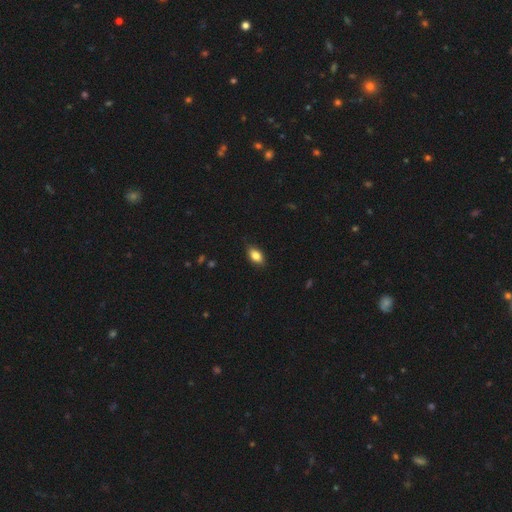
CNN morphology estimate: The model was most divided on "merging": none: 84%, minor disturbance: 13%, major disturbance: 2%, merger: 1%. More confident: how rounded — in between (89%); smooth or featured — smooth (84%).